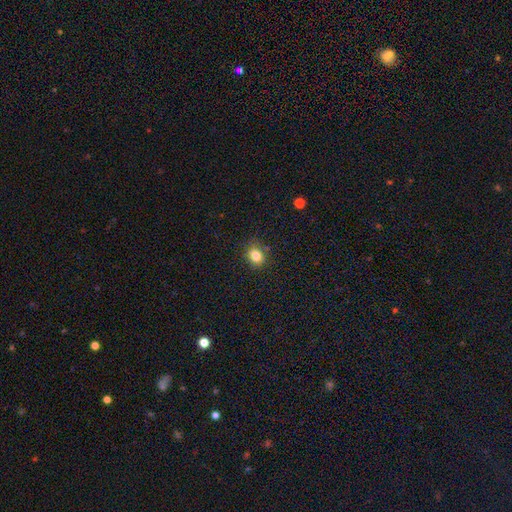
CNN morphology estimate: Smooth or featured? Predicted: smooth (p=0.82). How rounded? Predicted: round (p=0.58). Merging? Predicted: none (p=0.82).